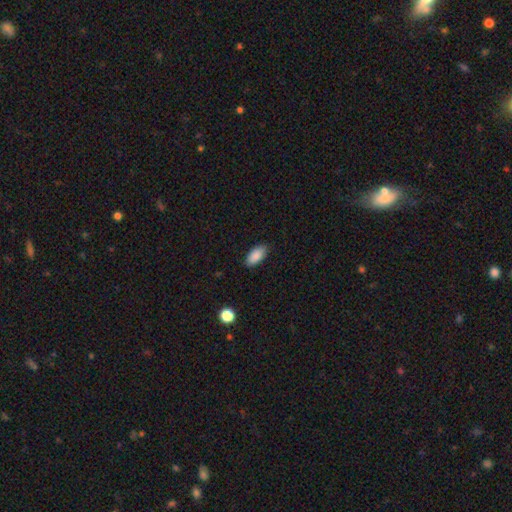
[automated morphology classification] type=smooth (88%); roundness=in between (92%); merging=none (85%).